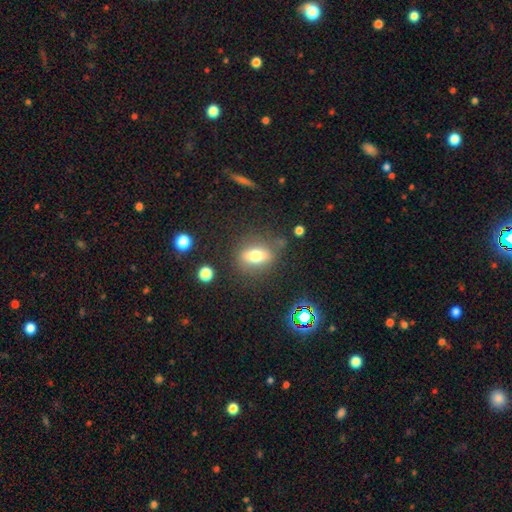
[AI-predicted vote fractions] Smooth or featured? Predicted: smooth (p=0.63). How rounded? Predicted: in between (p=0.66). Merging? Predicted: none (p=0.73).